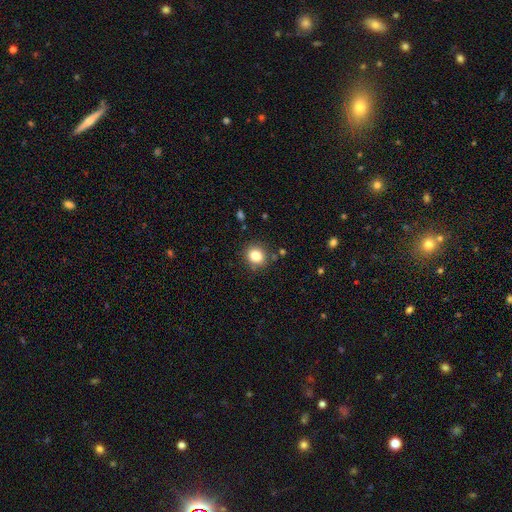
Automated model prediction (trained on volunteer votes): Smooth or featured?
  - smooth: 83% *
  - star or artifact: 11%
  - featured or disk: 6%
How rounded?
  - round: 79% *
  - in between: 20%
  - cigar-shaped: 1%
Merging?
  - none: 84% *
  - minor disturbance: 10%
  - major disturbance: 3%
  - merger: 2%